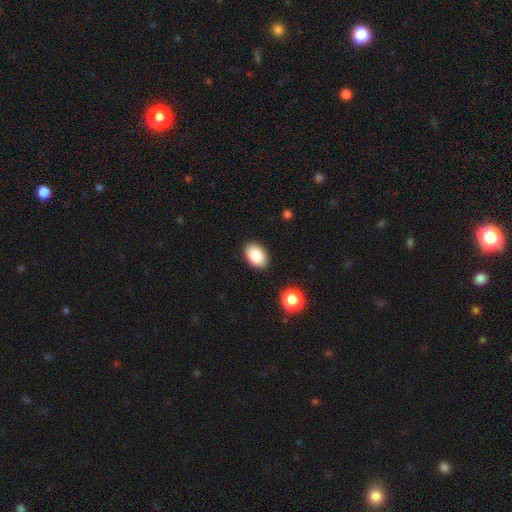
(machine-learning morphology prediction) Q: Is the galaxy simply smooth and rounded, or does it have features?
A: smooth — 88%.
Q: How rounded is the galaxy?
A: in between — 89%.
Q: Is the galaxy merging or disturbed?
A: none — 88%.